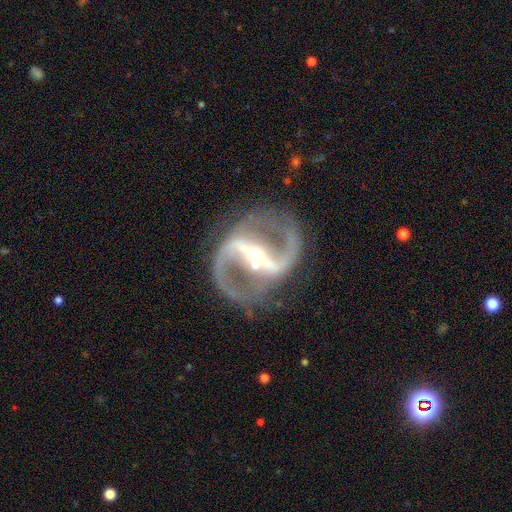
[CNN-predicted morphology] smooth_or_featured: featured or disk (p=0.92) [alt: star or artifact p=0.05]
disk_edge_on: no (p=0.96) [alt: yes p=0.04]
bar: strong (p=0.82) [alt: weak p=0.12]
has_spiral_arms: yes (p=0.96) [alt: no p=0.04]
spiral_winding: medium (p=0.61) [alt: loose p=0.25]
spiral_arm_count: 2 (p=0.94) [alt: can't tell p=0.02]
bulge_size: small (p=0.64) [alt: moderate p=0.31]
merging: none (p=0.77) [alt: minor disturbance p=0.11]